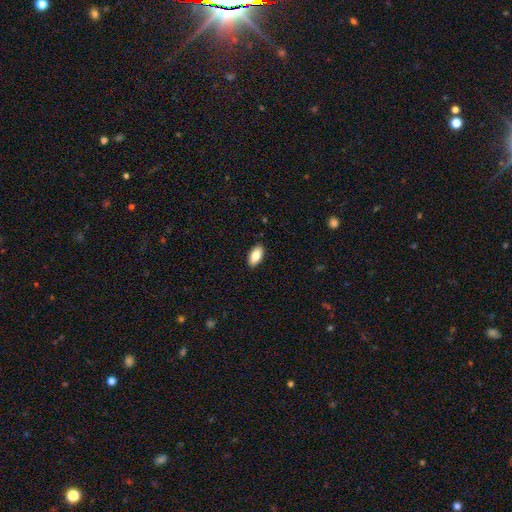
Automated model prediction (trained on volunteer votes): Morphology: type=smooth (83%); roundness=in between (94%); merging=none (90%).